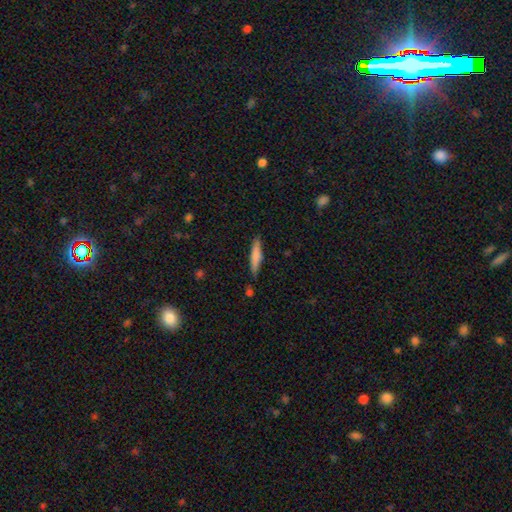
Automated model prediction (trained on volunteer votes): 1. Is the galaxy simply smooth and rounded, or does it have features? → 74% smooth, 20% featured or disk, 6% star or artifact.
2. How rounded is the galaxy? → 88% cigar-shaped, 11% in between, 1% round.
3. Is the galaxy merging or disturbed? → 80% none, 14% minor disturbance, 3% merger, 2% major disturbance.